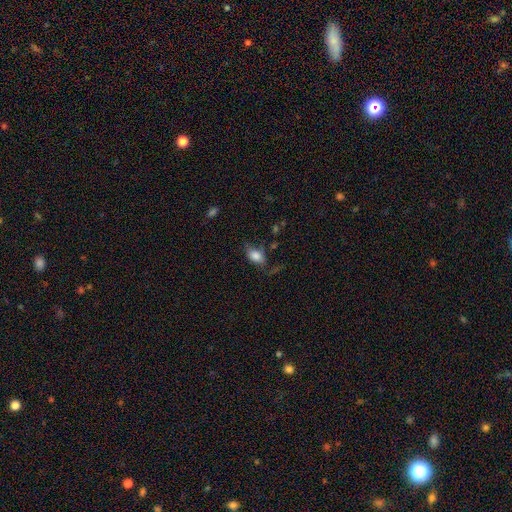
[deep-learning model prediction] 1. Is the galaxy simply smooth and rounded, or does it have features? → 80% smooth, 11% featured or disk, 9% star or artifact.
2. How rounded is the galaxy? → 87% in between, 10% round, 2% cigar-shaped.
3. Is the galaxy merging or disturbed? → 54% none, 26% minor disturbance, 17% major disturbance, 4% merger.